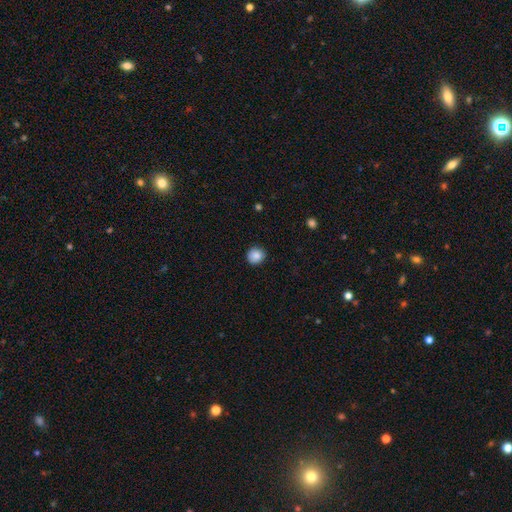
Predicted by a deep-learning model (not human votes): A smooth galaxy with no disk features (87%) that is round (90%). Merging: none (90%).